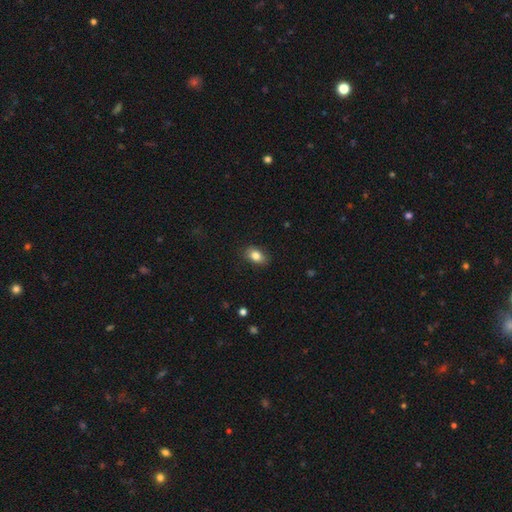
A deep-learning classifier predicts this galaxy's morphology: Smooth or featured?
  - smooth: 83% *
  - star or artifact: 9%
  - featured or disk: 8%
How rounded?
  - in between: 83% *
  - round: 16%
  - cigar-shaped: 2%
Merging?
  - none: 86% *
  - minor disturbance: 11%
  - major disturbance: 2%
  - merger: 1%